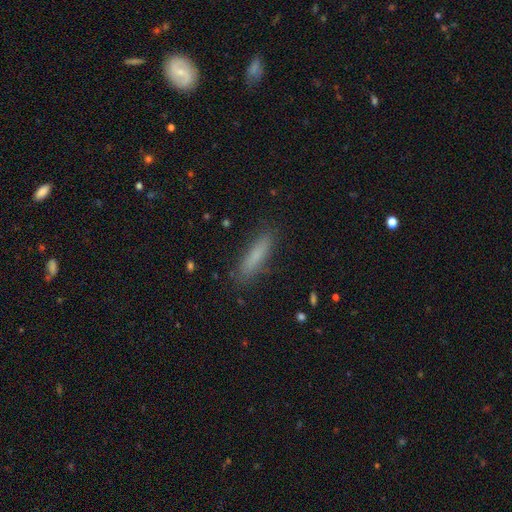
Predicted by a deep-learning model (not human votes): Overall: smooth (78%). How rounded: cigar-shaped (78%). Merging: none (86%).